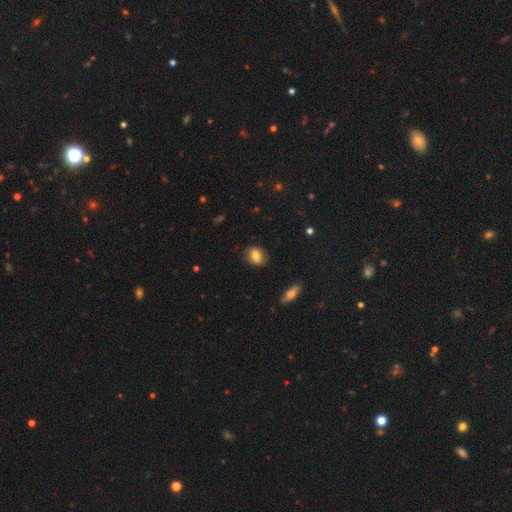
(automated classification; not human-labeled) smooth_or_featured: smooth (p=0.81) [alt: featured or disk p=0.10]
how_rounded: in between (p=0.52) [alt: round p=0.47]
merging: none (p=0.87) [alt: minor disturbance p=0.10]